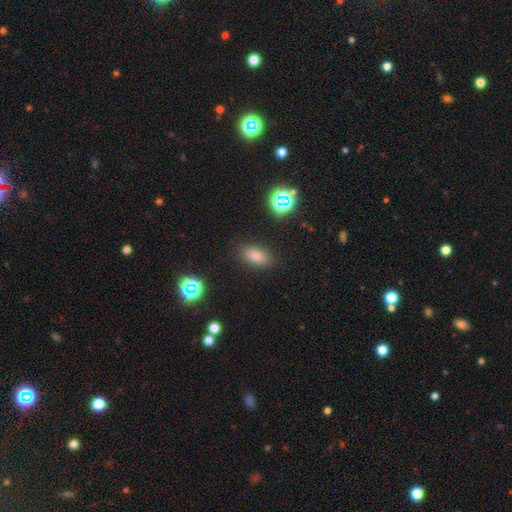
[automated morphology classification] smooth_or_featured: smooth (p=0.79) [alt: star or artifact p=0.14]
how_rounded: in between (p=0.88) [alt: round p=0.07]
merging: none (p=0.86) [alt: minor disturbance p=0.10]